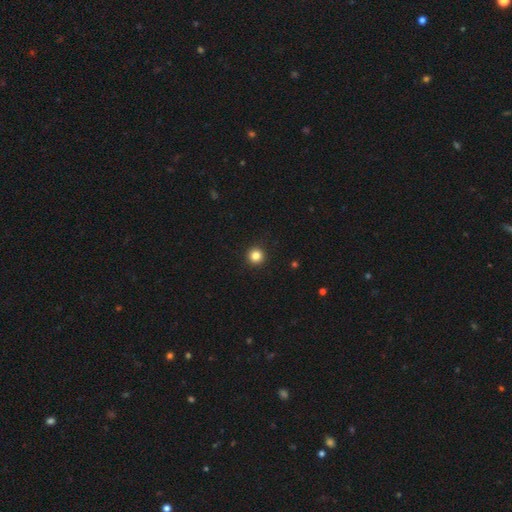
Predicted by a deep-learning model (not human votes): smooth-or-featured: smooth: 83% | star or artifact: 12% | featured or disk: 4%
  how-rounded: round: 96% | in between: 3% | cigar-shaped: 1%
  merging: none: 93% | minor disturbance: 4% | major disturbance: 2% | merger: 1%